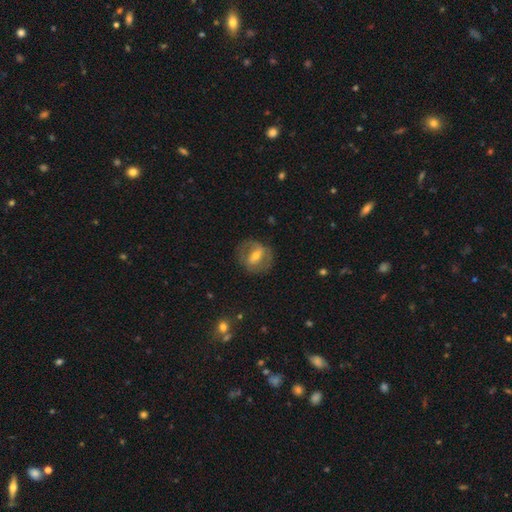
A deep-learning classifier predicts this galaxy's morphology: Q: Smooth or featured?
A: featured or disk (58%); runner-up: smooth (35%)
Q: Edge-on disk?
A: no (91%); runner-up: yes (9%)
Q: Bar?
A: strong (47%); runner-up: weak (34%)
Q: Spiral arms?
A: no (59%); runner-up: yes (41%)
Q: Bulge size?
A: moderate (58%); runner-up: small (32%)
Q: Merging?
A: none (74%); runner-up: minor disturbance (15%)